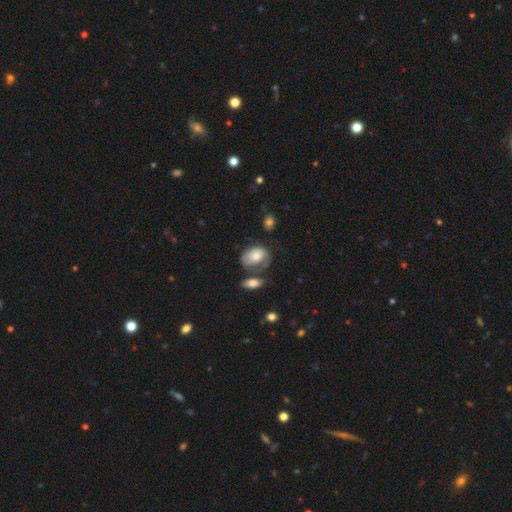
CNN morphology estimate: Smooth or featured? Predicted: smooth (p=0.68). How rounded? Predicted: in between (p=0.80). Merging? Predicted: none (p=0.33).